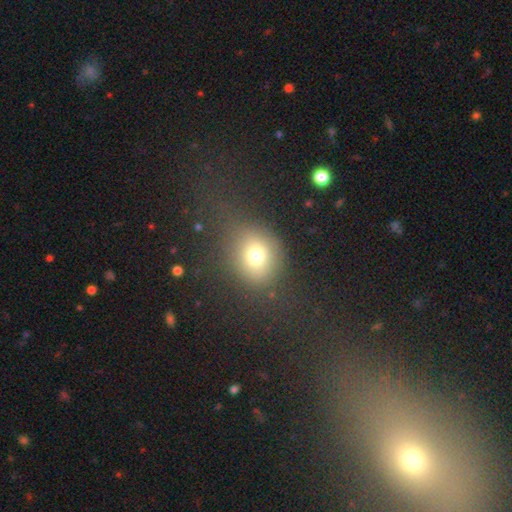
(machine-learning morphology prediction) Smooth or featured: smooth — 74% (star or artifact — 15%)
How rounded: round — 69% (in between — 29%)
Merging: none — 66% (minor disturbance — 15%)